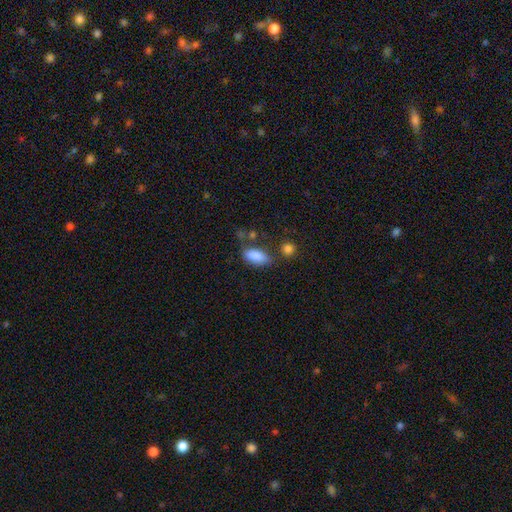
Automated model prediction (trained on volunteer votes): This is clearly a smooth galaxy (85%). How rounded: clearly in between (88%). Merging: possibly none (56%).